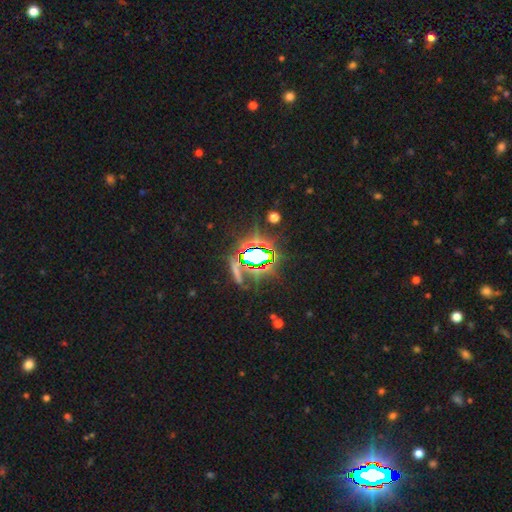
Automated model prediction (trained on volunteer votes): Overall: star or artifact (71%).